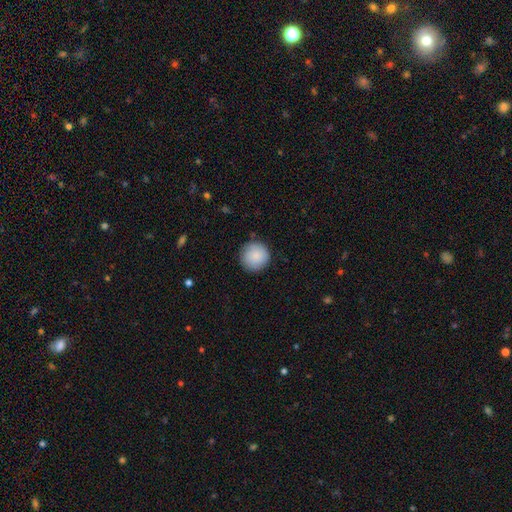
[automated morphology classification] smooth-or-featured: smooth: 88% | star or artifact: 7% | featured or disk: 6%
  how-rounded: round: 96% | in between: 3% | cigar-shaped: 1%
  merging: none: 87% | minor disturbance: 9% | major disturbance: 2% | merger: 1%